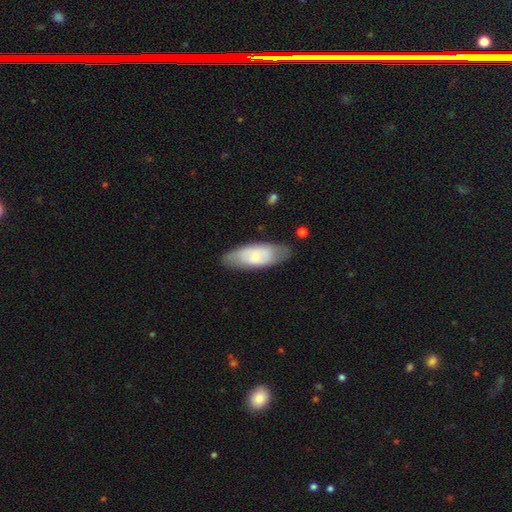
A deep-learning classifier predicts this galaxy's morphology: smooth-or-featured: smooth: 57% | featured or disk: 37% | star or artifact: 6%
  how-rounded: in between: 75% | cigar-shaped: 23% | round: 2%
  merging: none: 75% | minor disturbance: 19% | major disturbance: 5% | merger: 2%